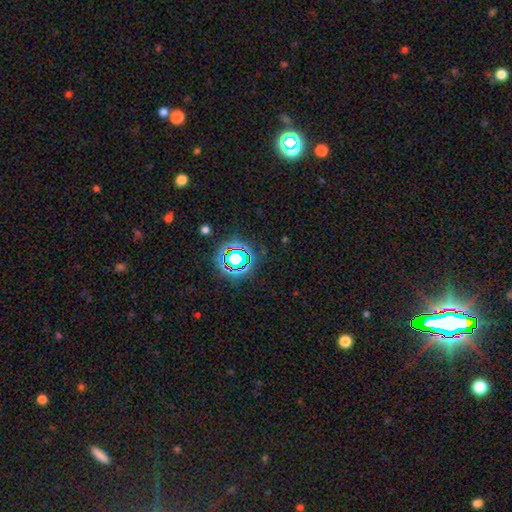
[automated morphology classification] A star or artifact, not a galaxy (80%).